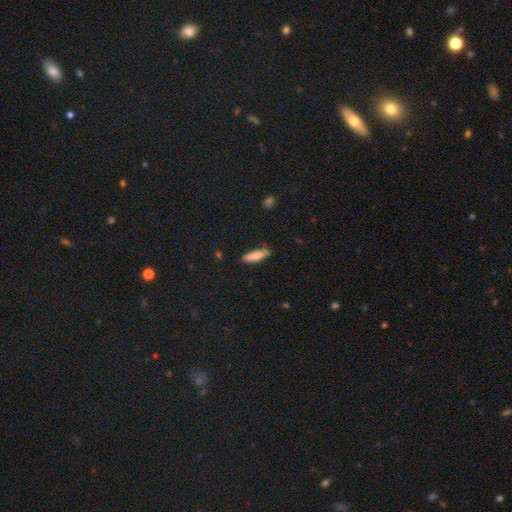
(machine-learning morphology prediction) smooth-or-featured: smooth: 82% | featured or disk: 12% | star or artifact: 6%
  how-rounded: cigar-shaped: 67% | in between: 32% | round: 2%
  merging: none: 85% | minor disturbance: 12% | major disturbance: 2% | merger: 1%